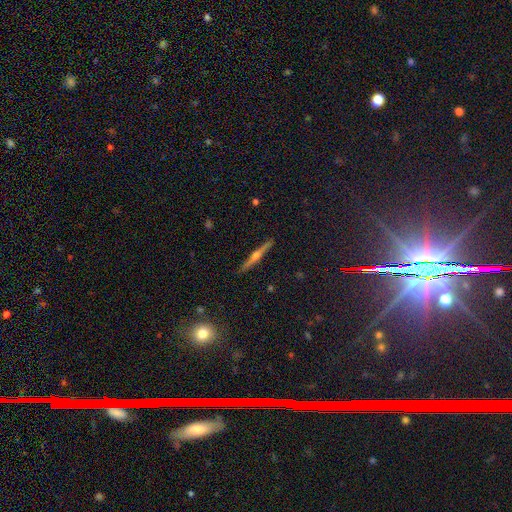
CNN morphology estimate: This is likely a featured or disk galaxy (75%). It is clearly viewed edge-on (98%). Edge-on bulge: clearly rounded (91%). Merging: clearly none (91%).